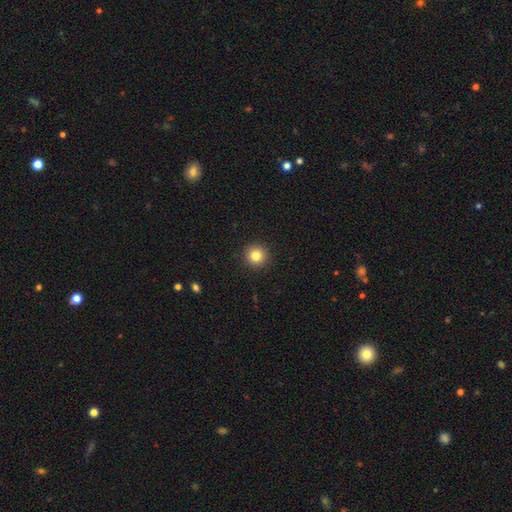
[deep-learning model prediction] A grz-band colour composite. It shows a smooth galaxy with no disk features (82%) that is round (95%). Merging: none (93%).